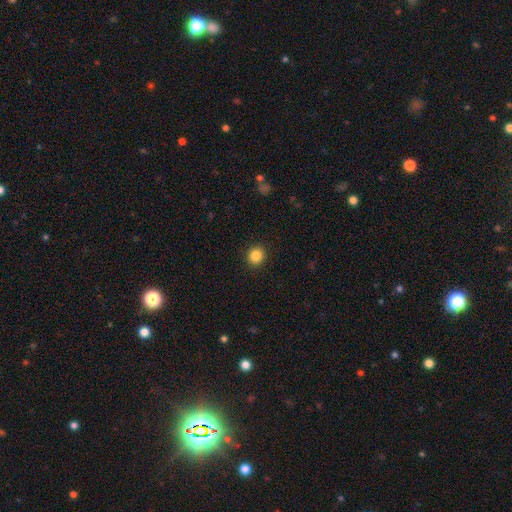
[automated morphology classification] type=smooth (85%); roundness=round (89%); merging=none (92%).